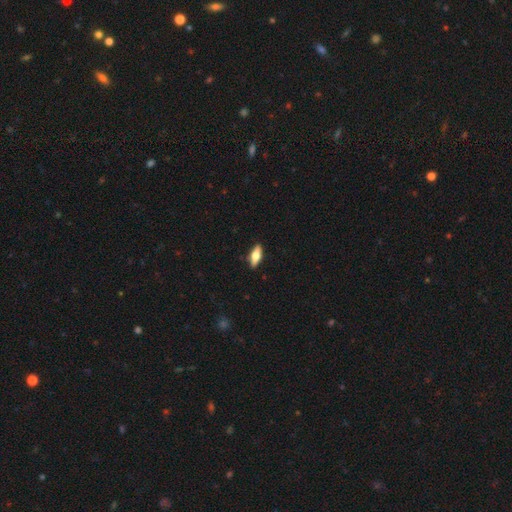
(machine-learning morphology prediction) smooth 57%, featured or disk 37%, star or artifact 6%. Down the decision tree: how rounded — in between (67%); merging — none (89%).